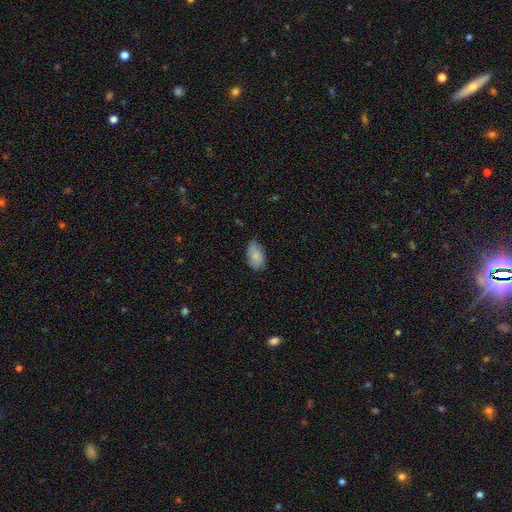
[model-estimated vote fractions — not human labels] A smooth galaxy with no disk features (82%) that is in between round and cigar-shaped (93%).

Vote fractions:
- Smooth or featured? smooth: 82% / featured or disk: 11% / star or artifact: 7%
- How rounded? in between: 93% / round: 5% / cigar-shaped: 2%
- Merging? none: 70% / minor disturbance: 25% / major disturbance: 4% / merger: 1%